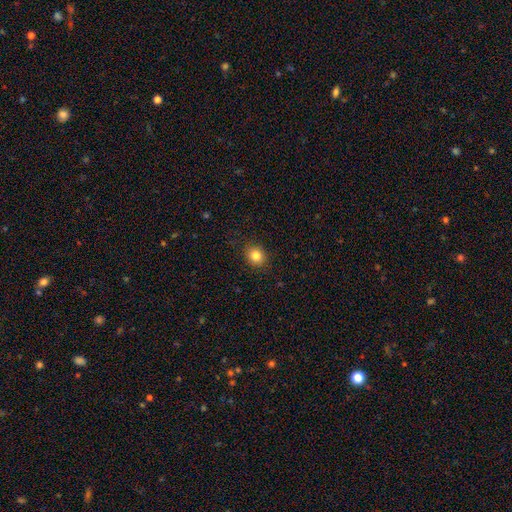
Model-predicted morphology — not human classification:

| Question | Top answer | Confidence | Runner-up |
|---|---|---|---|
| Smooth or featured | smooth | 83% | star or artifact (11%) |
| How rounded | round | 76% | in between (23%) |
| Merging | none | 89% | minor disturbance (8%) |